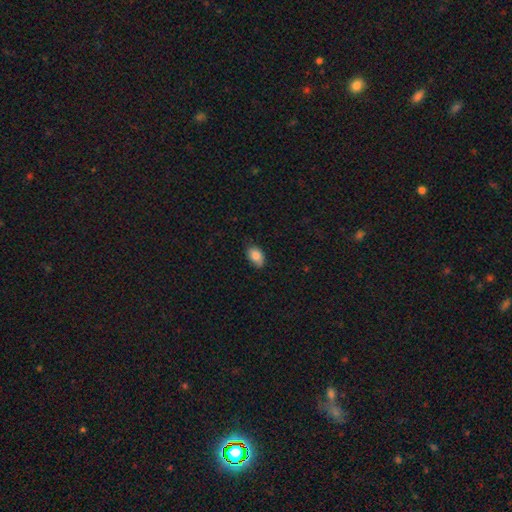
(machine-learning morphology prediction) Overall: smooth (85%). How rounded: in between (89%). Merging: none (77%).